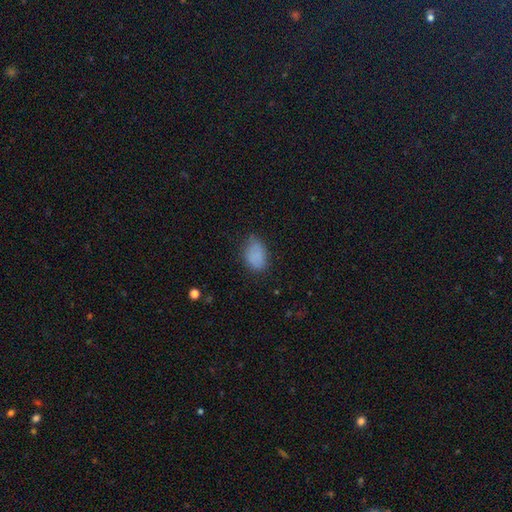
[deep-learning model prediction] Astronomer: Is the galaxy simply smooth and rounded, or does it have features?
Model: smooth — 84%.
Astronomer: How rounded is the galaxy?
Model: in between — 87%.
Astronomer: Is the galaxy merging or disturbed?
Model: none — 67%.